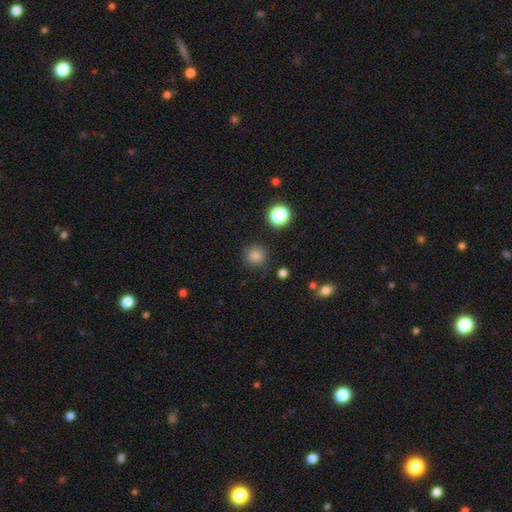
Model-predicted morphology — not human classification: Q: Smooth or featured?
A: smooth (82%); runner-up: star or artifact (14%)
Q: How rounded?
A: round (93%); runner-up: in between (6%)
Q: Merging?
A: none (83%); runner-up: minor disturbance (11%)